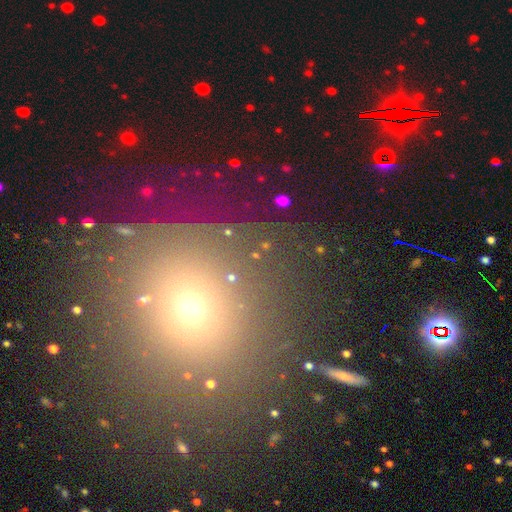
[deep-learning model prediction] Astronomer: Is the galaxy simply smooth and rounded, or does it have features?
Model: smooth — 53% (runner-up: star or artifact, 35%).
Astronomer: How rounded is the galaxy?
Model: round — 83%.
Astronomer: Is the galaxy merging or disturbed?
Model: none — 81%.